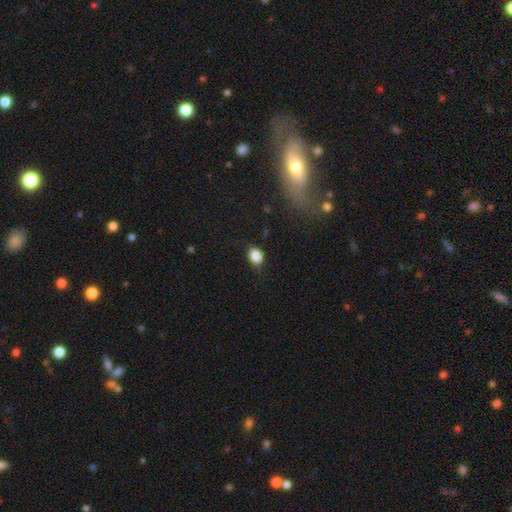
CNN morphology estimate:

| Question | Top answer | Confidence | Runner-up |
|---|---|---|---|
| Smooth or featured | smooth | 84% | star or artifact (9%) |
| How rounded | in between | 66% | round (32%) |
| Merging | none | 77% | minor disturbance (18%) |